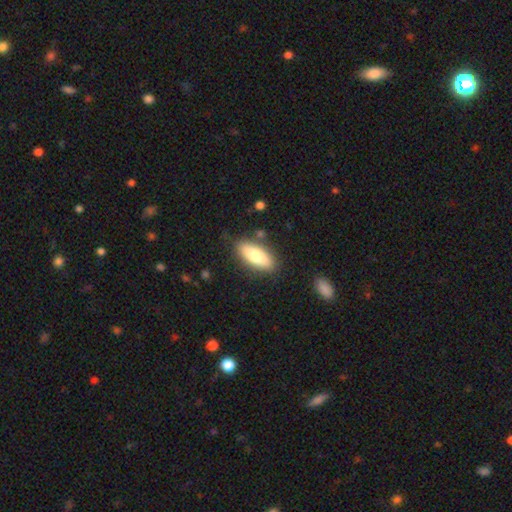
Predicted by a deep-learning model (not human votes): Overall: smooth (73%). How rounded: in between (77%). Merging: none (84%).